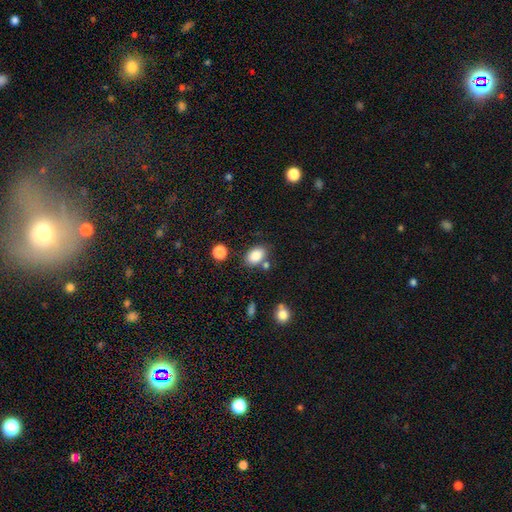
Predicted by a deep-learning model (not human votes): A smooth galaxy with no disk features (85%) that is in between round and cigar-shaped (83%). Merging: none (73%).